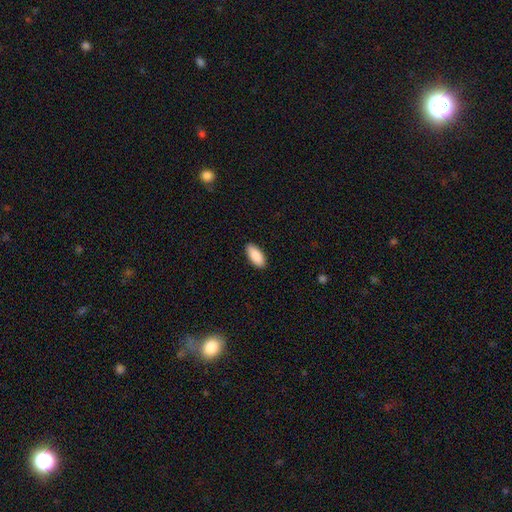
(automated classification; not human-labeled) This appears to be a smooth galaxy with no disk features (89%) that is in between round and cigar-shaped (86%). Merging: none (89%).